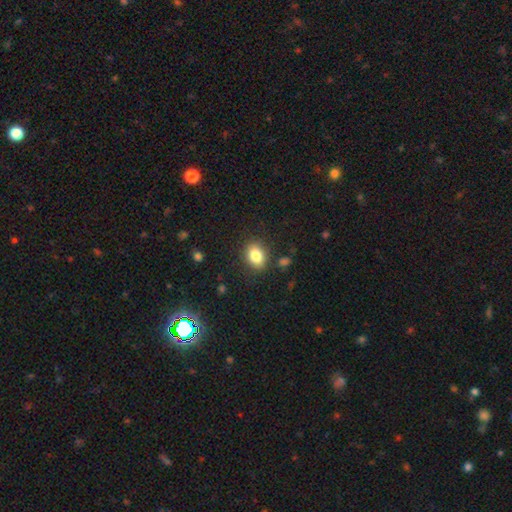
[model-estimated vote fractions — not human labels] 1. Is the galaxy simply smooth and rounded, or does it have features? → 84% smooth, 9% star or artifact, 7% featured or disk.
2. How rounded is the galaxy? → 68% in between, 31% round, 1% cigar-shaped.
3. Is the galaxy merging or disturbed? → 84% none, 11% minor disturbance, 3% major disturbance, 2% merger.